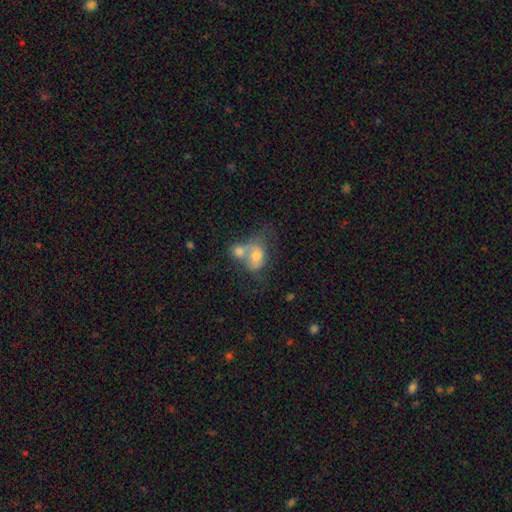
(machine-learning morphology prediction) Smooth or featured? Predicted: smooth (p=0.63). How rounded? Predicted: in between (p=0.62). Merging? Predicted: merger (p=0.60).